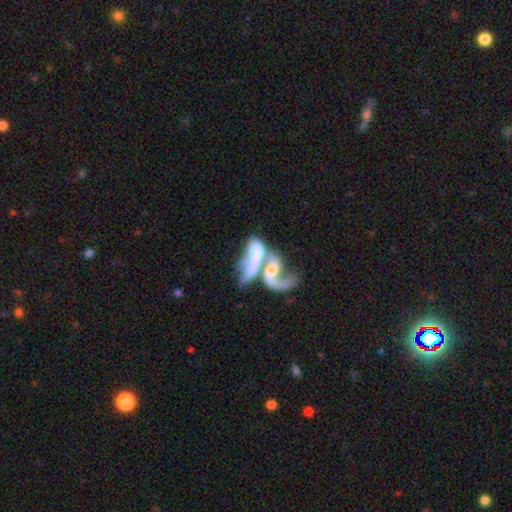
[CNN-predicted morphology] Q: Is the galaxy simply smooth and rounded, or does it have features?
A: featured or disk — 64%.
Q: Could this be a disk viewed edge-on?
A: no — 93%.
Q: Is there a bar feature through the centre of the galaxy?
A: no — 58%.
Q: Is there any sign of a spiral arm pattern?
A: yes — 66%.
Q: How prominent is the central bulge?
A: moderate — 34%.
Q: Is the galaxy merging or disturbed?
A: merger — 77%.